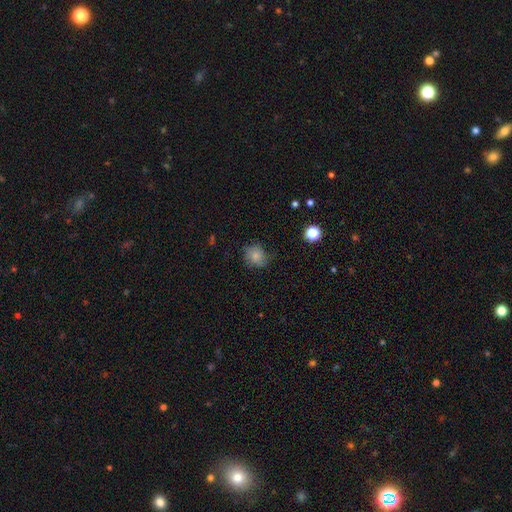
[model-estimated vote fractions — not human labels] Smooth or featured?
  - smooth: 77% *
  - featured or disk: 13%
  - star or artifact: 10%
How rounded?
  - round: 72% *
  - in between: 27%
  - cigar-shaped: 1%
Merging?
  - none: 67% *
  - minor disturbance: 25%
  - major disturbance: 7%
  - merger: 1%